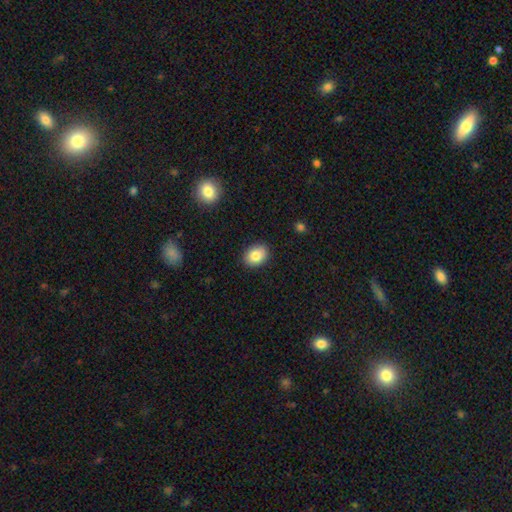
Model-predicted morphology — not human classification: Smooth or featured? Predicted: smooth (p=0.84). How rounded? Predicted: in between (p=0.68). Merging? Predicted: none (p=0.88).